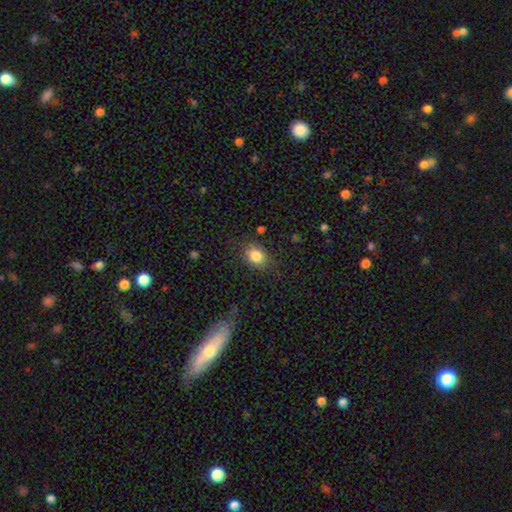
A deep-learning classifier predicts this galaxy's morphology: This appears to be a smooth galaxy with no disk features (83%) that is in between round and cigar-shaped (58%). Merging: none (78%).